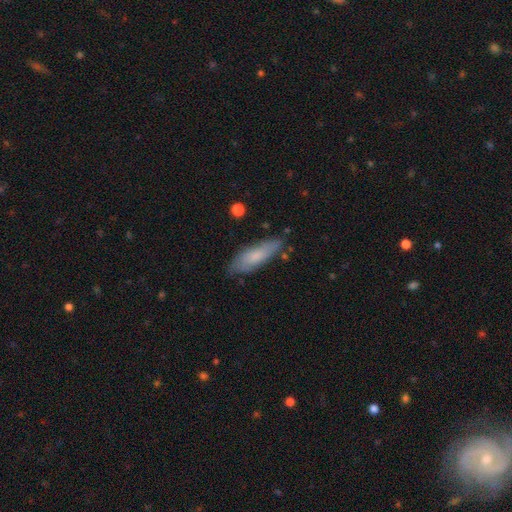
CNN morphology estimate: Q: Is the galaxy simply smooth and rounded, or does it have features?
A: smooth — 69%.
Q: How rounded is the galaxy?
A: cigar-shaped — 54%.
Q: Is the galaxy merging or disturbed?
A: none — 74%.